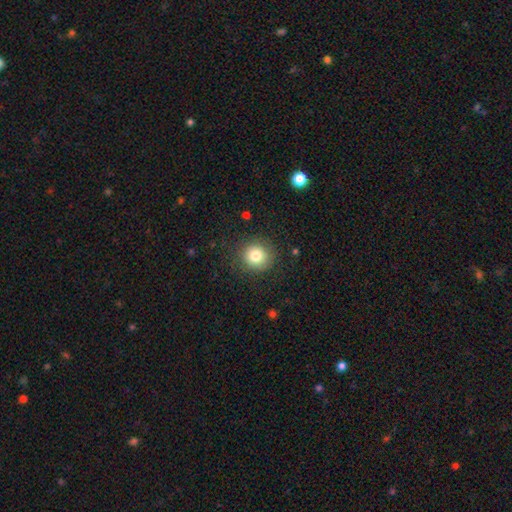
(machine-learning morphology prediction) A smooth galaxy with no disk features (81%) that is round (92%).

Vote fractions:
- Smooth or featured? smooth: 81% / star or artifact: 11% / featured or disk: 8%
- How rounded? round: 92% / in between: 7% / cigar-shaped: 1%
- Merging? none: 87% / minor disturbance: 9% / major disturbance: 3% / merger: 1%